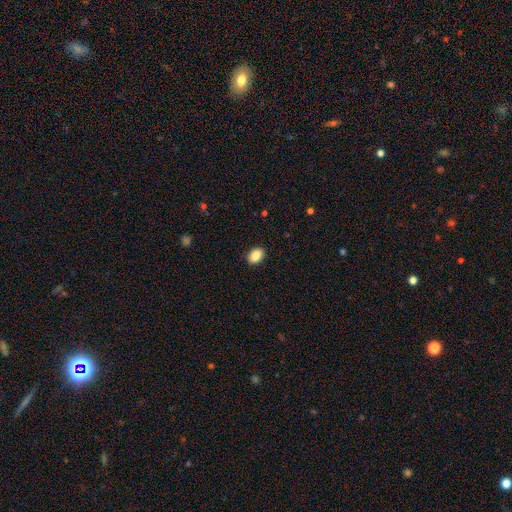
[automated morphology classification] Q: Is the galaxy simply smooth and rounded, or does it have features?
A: smooth — 88%.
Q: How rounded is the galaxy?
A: in between — 81%.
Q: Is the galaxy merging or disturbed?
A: none — 89%.